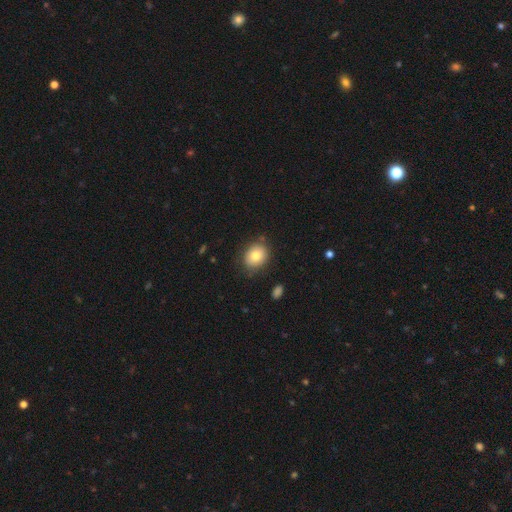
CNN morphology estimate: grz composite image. It shows a smooth galaxy with no disk features (80%) that is round (58%). Merging: none (78%).